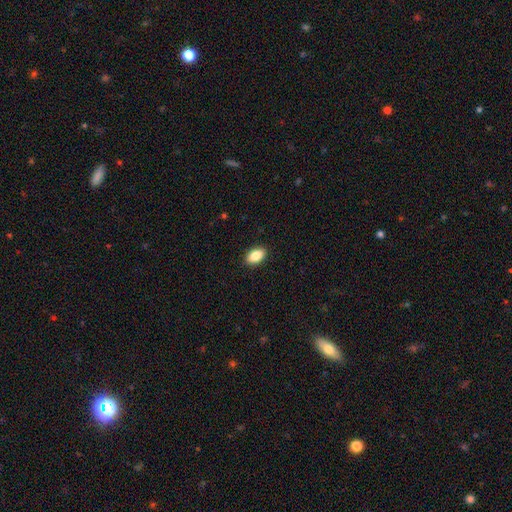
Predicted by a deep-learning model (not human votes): Morphology: type=smooth (87%); roundness=in between (92%); merging=none (90%).